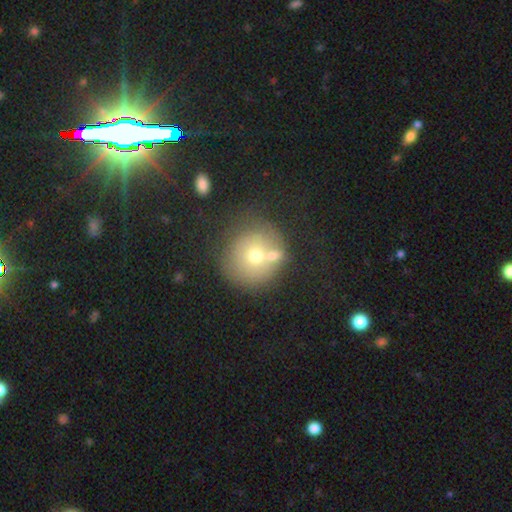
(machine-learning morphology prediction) This is likely a smooth galaxy (63%). How rounded: clearly round (91%). Merging: possibly none (53%).